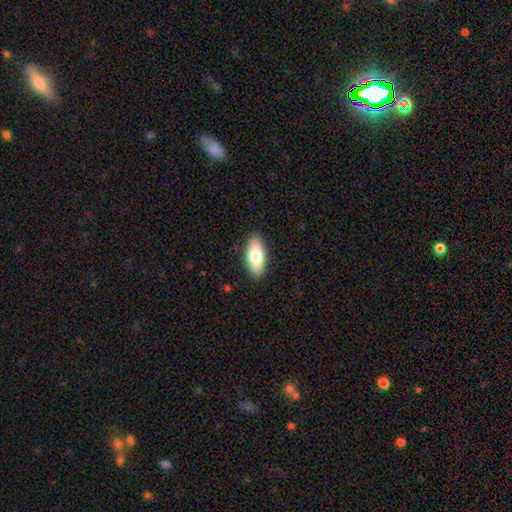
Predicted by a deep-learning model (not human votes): smooth_or_featured: smooth (p=0.77) [alt: featured or disk p=0.17]
how_rounded: in between (p=0.83) [alt: cigar-shaped p=0.15]
merging: none (p=0.89) [alt: minor disturbance p=0.08]